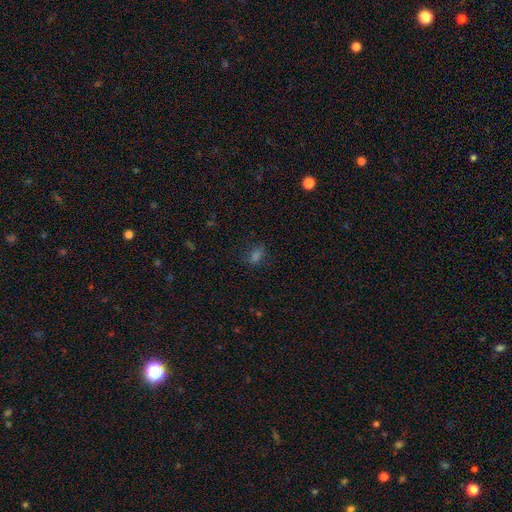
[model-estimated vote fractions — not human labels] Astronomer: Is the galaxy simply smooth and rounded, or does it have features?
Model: smooth — 65%.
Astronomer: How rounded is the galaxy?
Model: in between — 76%.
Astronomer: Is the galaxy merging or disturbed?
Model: none — 75%.